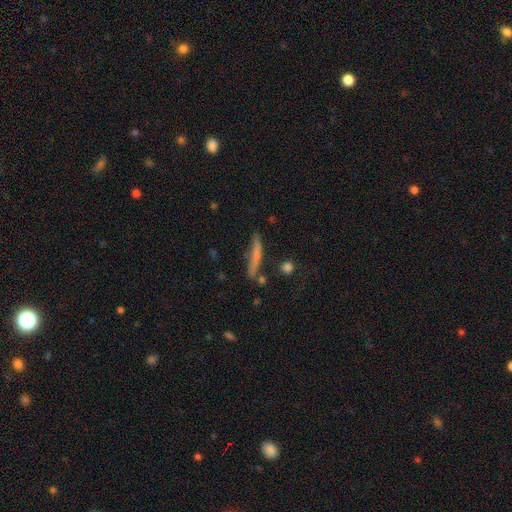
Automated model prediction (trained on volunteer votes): Smooth or featured? smooth (61%)
How rounded? cigar-shaped (92%)
Merging? none (71%)